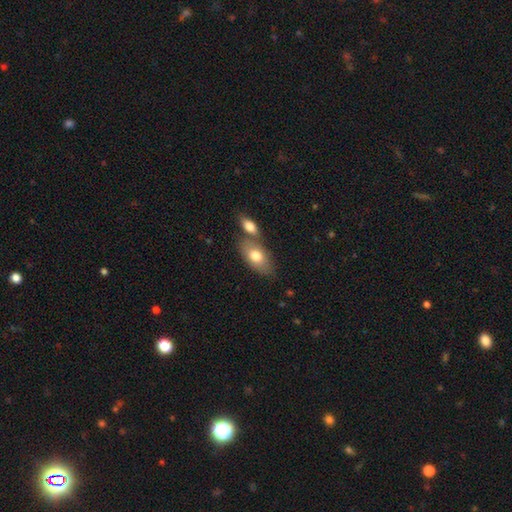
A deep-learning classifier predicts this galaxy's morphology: smooth 76%, featured or disk 18%, star or artifact 6%. Down the decision tree: how rounded — in between (90%); merging — none (52%).